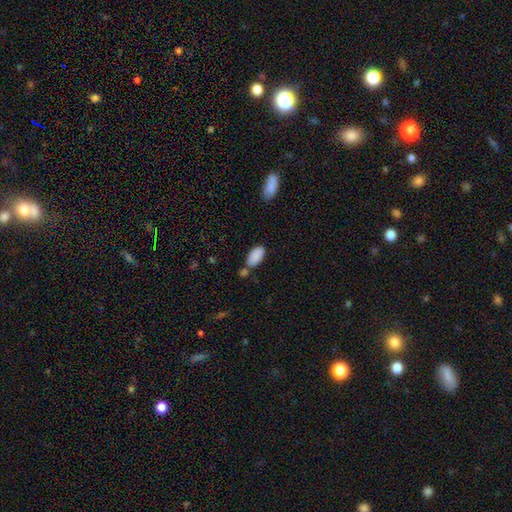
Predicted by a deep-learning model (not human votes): Smooth or featured? smooth (89%)
How rounded? in between (94%)
Merging? none (64%)